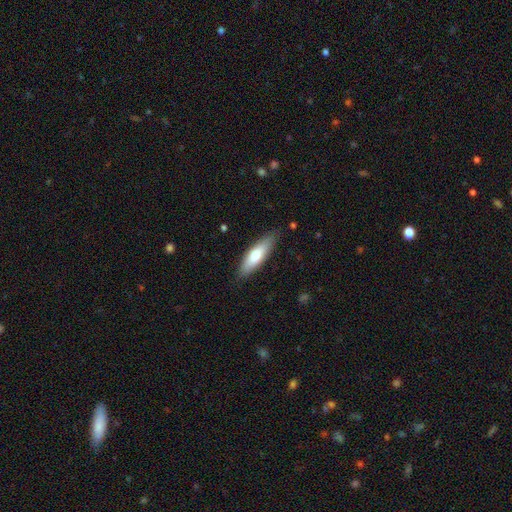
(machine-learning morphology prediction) A smooth galaxy with no disk features (68%) that is cigar-shaped (51%).

Vote fractions:
- Smooth or featured? smooth: 68% / featured or disk: 26% / star or artifact: 6%
- How rounded? cigar-shaped: 51% / in between: 47% / round: 2%
- Merging? none: 83% / minor disturbance: 14% / major disturbance: 3% / merger: 1%